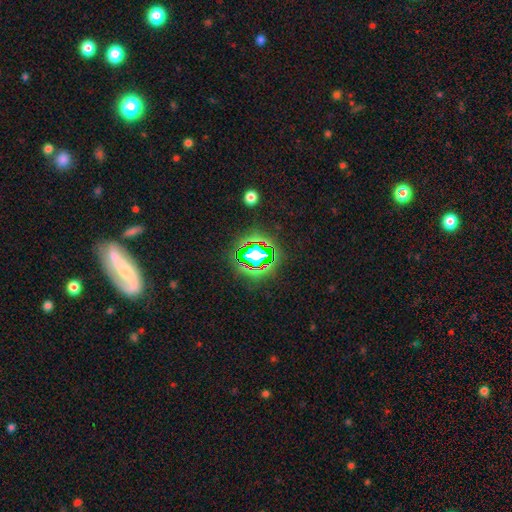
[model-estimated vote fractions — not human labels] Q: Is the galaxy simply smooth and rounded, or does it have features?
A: star or artifact — 66%.